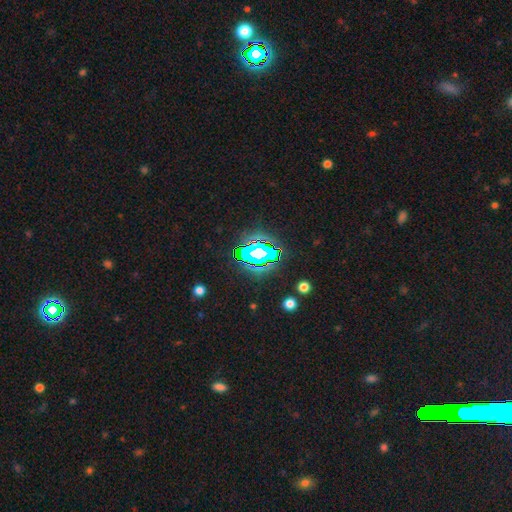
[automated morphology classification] smooth_or_featured: star or artifact (p=0.67) [alt: smooth p=0.19]